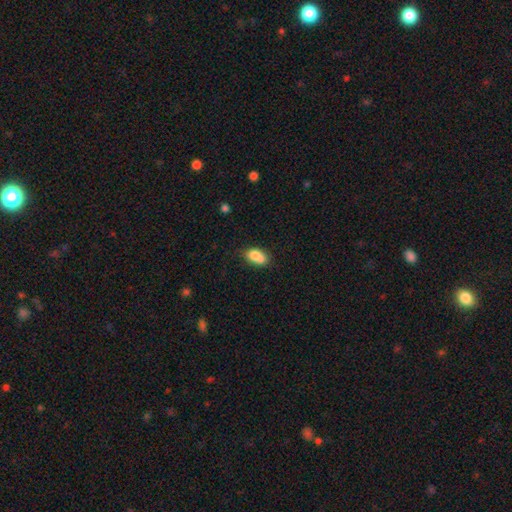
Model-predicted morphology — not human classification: This is likely a smooth galaxy (79%). How rounded: clearly in between (84%). Merging: marginally none (44%).